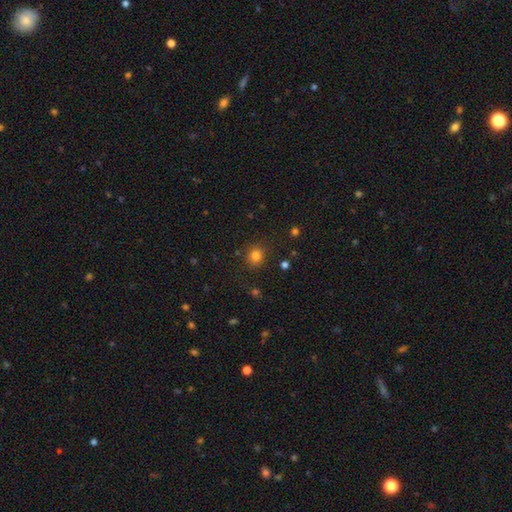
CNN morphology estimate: Overall: smooth (80%). How rounded: round (83%). Merging: none (86%).